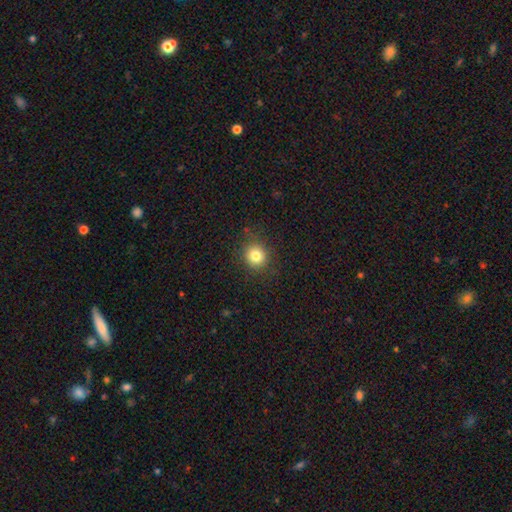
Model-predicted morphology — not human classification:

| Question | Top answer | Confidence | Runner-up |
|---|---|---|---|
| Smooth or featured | smooth | 82% | star or artifact (12%) |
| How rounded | round | 87% | in between (12%) |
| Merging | none | 87% | minor disturbance (9%) |